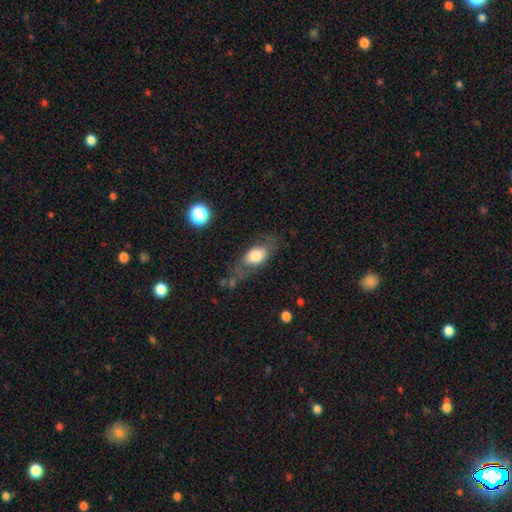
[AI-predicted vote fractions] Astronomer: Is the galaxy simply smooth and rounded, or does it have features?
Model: smooth — 68%.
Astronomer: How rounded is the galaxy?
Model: in between — 83%.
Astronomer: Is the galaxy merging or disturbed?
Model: none — 60%.